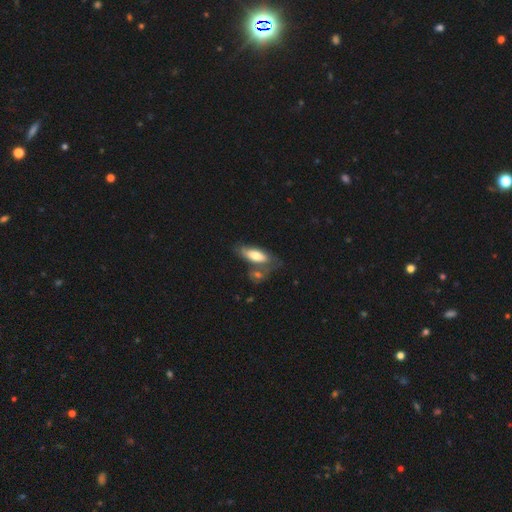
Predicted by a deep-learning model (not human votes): This appears to be a smooth galaxy with no disk features (68%) that is in between round and cigar-shaped (72%). Merging: none (46%).